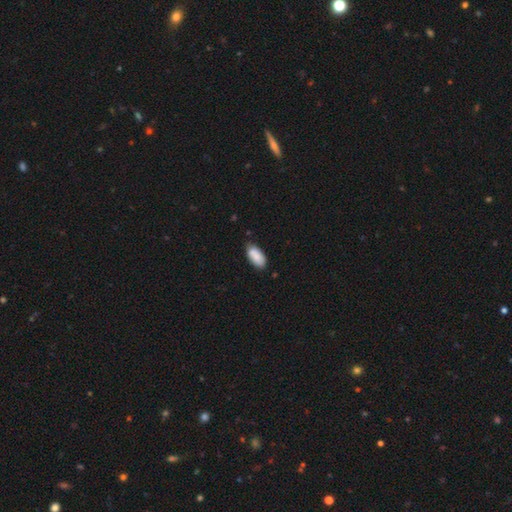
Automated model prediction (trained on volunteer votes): A smooth galaxy with no disk features (86%) that is in between round and cigar-shaped (92%).

Vote fractions:
- Smooth or featured? smooth: 86% / featured or disk: 7% / star or artifact: 6%
- How rounded? in between: 92% / cigar-shaped: 6% / round: 2%
- Merging? none: 72% / minor disturbance: 22% / merger: 3% / major disturbance: 3%